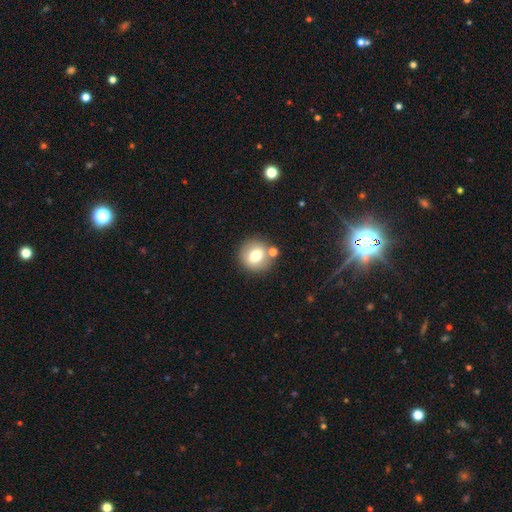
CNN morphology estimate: smooth 71%, featured or disk 19%, star or artifact 10%. Down the decision tree: how rounded — round (87%); merging — none (76%).